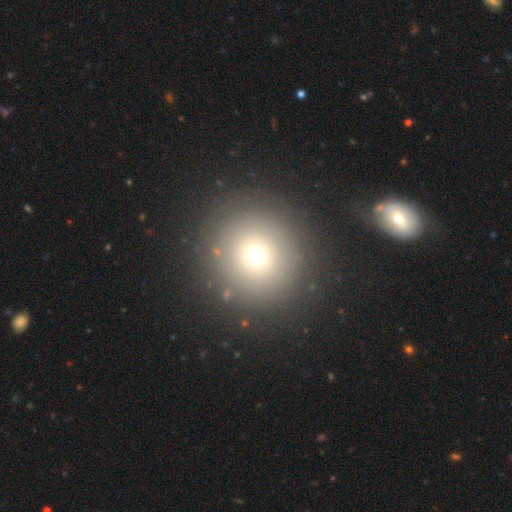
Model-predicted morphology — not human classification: This is likely a smooth galaxy (69%). How rounded: clearly round (94%). Merging: clearly none (84%).